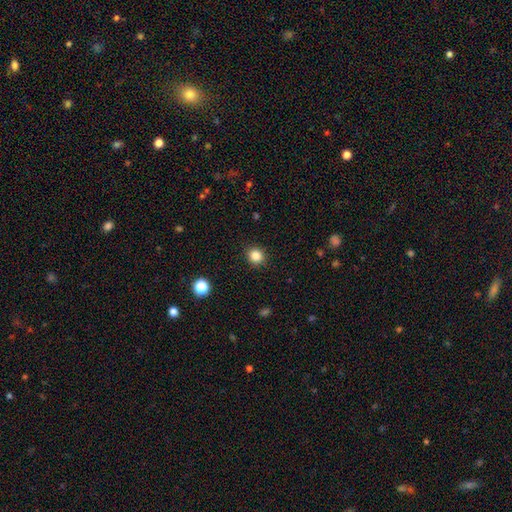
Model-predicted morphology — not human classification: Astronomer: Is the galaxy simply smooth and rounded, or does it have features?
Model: smooth — 85%.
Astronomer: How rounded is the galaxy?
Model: round — 82%.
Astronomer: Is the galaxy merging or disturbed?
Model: none — 90%.